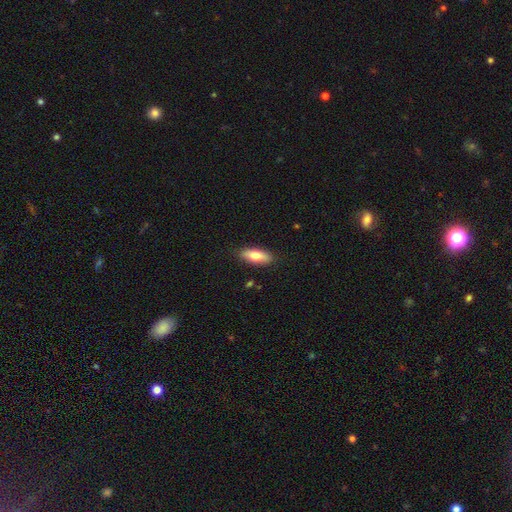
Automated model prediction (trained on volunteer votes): Overall: smooth (76%). How rounded: in between (73%). Merging: none (87%).